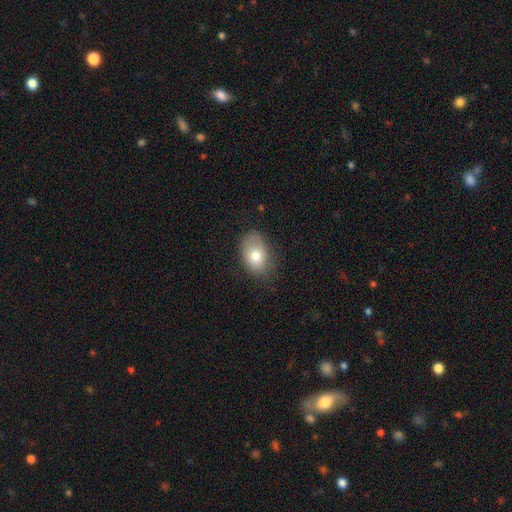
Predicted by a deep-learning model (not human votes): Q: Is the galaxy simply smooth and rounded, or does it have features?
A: smooth — 76%.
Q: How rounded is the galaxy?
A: in between — 83%.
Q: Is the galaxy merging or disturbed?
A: none — 68%.